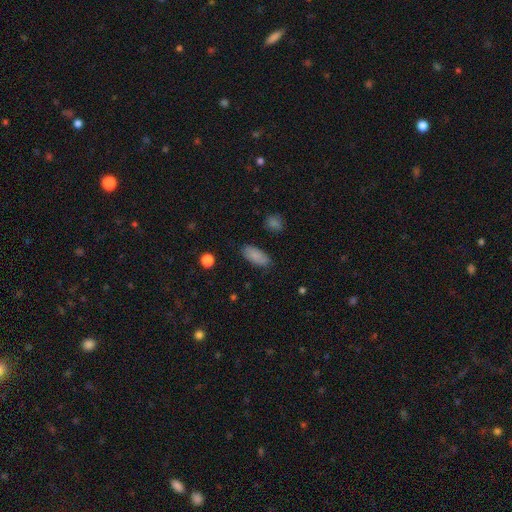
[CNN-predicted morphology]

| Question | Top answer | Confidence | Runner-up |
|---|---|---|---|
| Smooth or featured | smooth | 87% | star or artifact (7%) |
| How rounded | in between | 87% | cigar-shaped (10%) |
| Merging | none | 84% | minor disturbance (12%) |